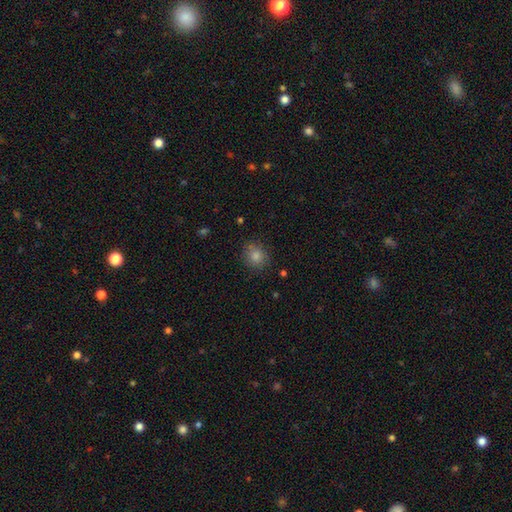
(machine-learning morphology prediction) type=smooth (79%); roundness=round (78%); merging=none (84%).